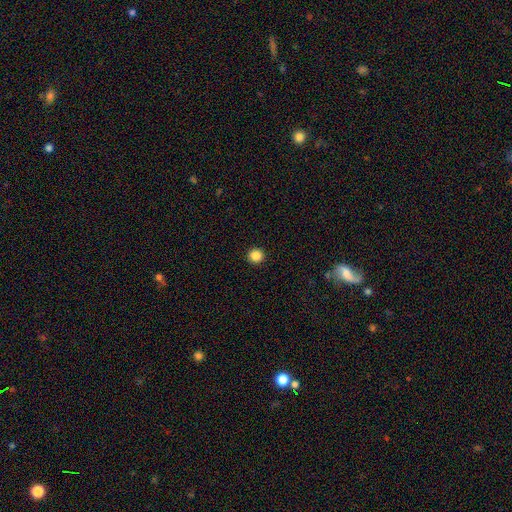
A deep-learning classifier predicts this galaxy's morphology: This appears to be a smooth galaxy with no disk features (86%) that is round (94%). Merging: none (94%).